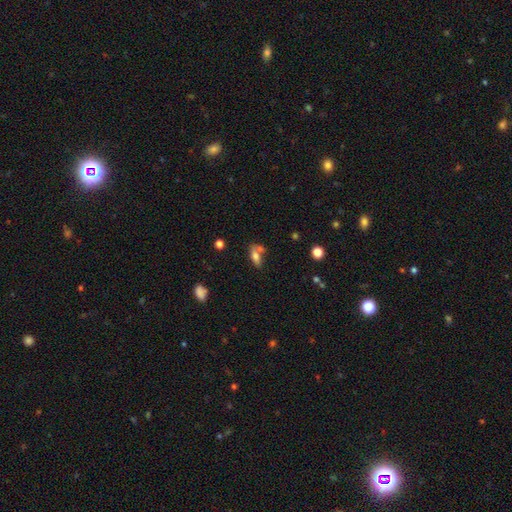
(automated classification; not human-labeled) Smooth or featured?
  - smooth: 68% *
  - featured or disk: 21%
  - star or artifact: 10%
How rounded?
  - in between: 74% *
  - cigar-shaped: 21%
  - round: 5%
Merging?
  - none: 46% *
  - merger: 31%
  - minor disturbance: 16%
  - major disturbance: 7%